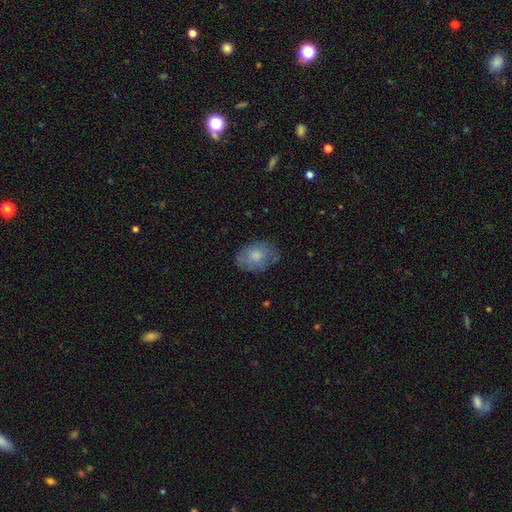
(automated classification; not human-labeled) Smooth or featured? Predicted: smooth (p=0.75). How rounded? Predicted: in between (p=0.79). Merging? Predicted: none (p=0.70).